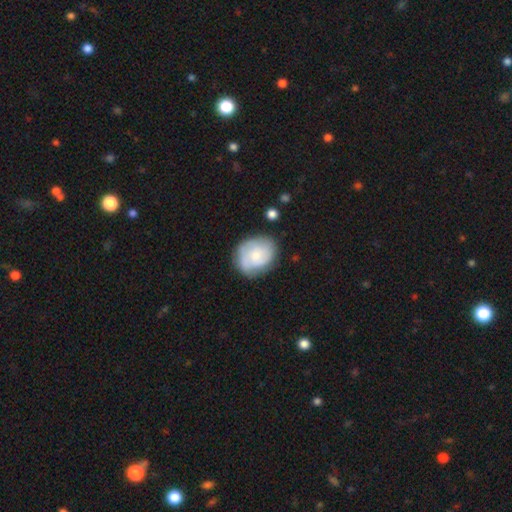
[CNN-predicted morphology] smooth_or_featured: smooth (p=0.48) [alt: featured or disk p=0.45]
merging: none (p=0.63) [alt: minor disturbance p=0.25]